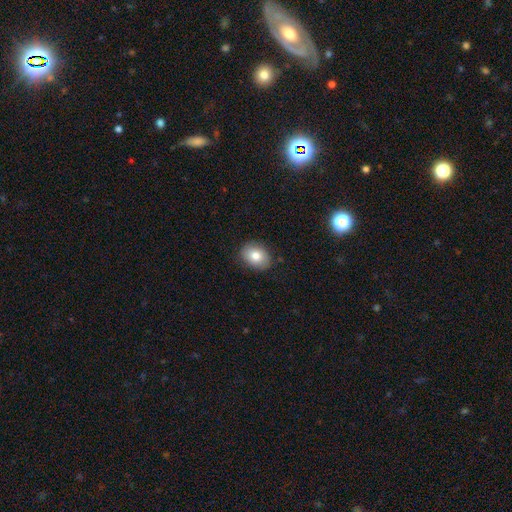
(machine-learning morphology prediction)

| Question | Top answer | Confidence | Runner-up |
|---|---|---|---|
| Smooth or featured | smooth | 80% | featured or disk (12%) |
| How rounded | in between | 65% | round (34%) |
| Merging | none | 86% | minor disturbance (10%) |